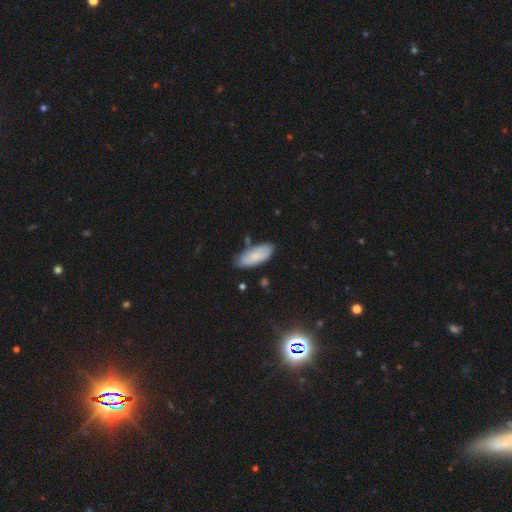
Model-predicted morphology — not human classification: The model was most divided on "merging": none: 73%, minor disturbance: 20%, merger: 4%, major disturbance: 3%. More confident: how rounded — in between (83%); smooth or featured — smooth (76%).